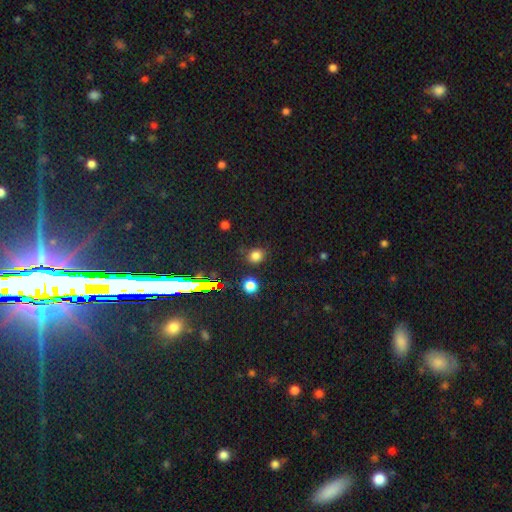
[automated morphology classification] Q: Smooth or featured?
A: smooth (74%); runner-up: star or artifact (21%)
Q: How rounded?
A: round (77%); runner-up: in between (22%)
Q: Merging?
A: none (80%); runner-up: minor disturbance (12%)